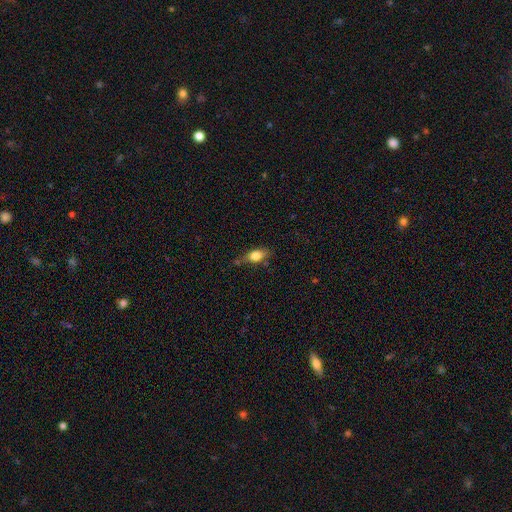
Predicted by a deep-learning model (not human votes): Q: Smooth or featured?
A: smooth (75%); runner-up: featured or disk (17%)
Q: How rounded?
A: in between (78%); runner-up: cigar-shaped (13%)
Q: Merging?
A: none (63%); runner-up: minor disturbance (25%)